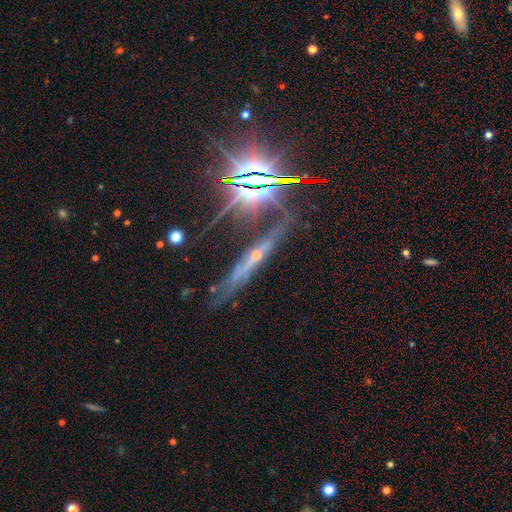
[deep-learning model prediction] Smooth or featured? featured or disk (58%)
Edge-on disk? yes (84%)
Merging? none (66%)